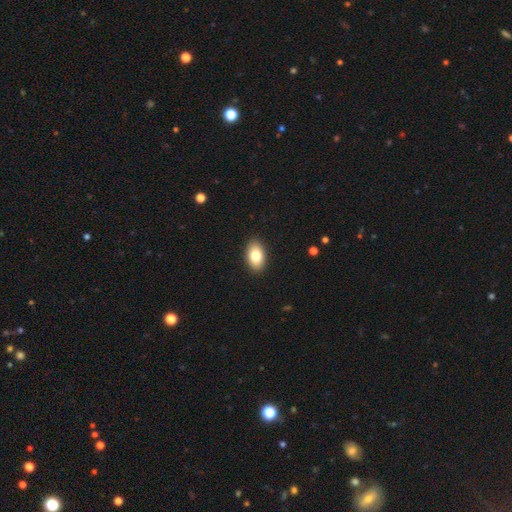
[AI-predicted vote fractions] Q: Smooth or featured?
A: smooth (82%); runner-up: featured or disk (11%)
Q: How rounded?
A: in between (92%); runner-up: round (7%)
Q: Merging?
A: none (90%); runner-up: minor disturbance (7%)